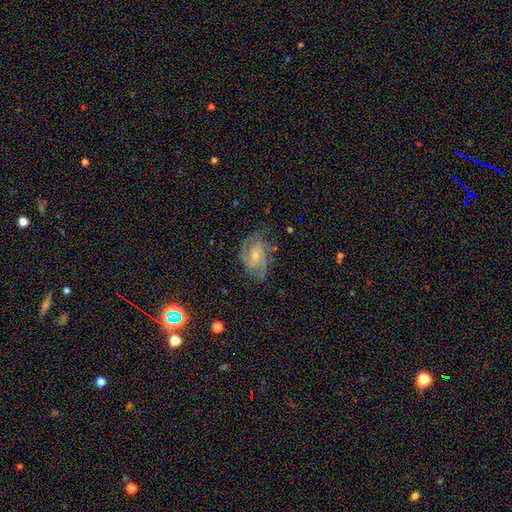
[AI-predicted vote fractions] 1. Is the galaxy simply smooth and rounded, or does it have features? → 82% featured or disk, 11% smooth, 7% star or artifact.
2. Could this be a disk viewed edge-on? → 97% no, 3% yes.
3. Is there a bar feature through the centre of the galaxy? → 52% no, 39% weak, 8% strong.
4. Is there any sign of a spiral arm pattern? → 96% yes, 4% no.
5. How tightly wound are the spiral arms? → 48% medium, 38% tight, 14% loose.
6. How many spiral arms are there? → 37% 2, 30% 3, 16% can't tell, 7% 4, 5% 1, 4% more than 4.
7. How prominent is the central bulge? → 60% small, 31% moderate, 6% none, 2% large, 1% dominant.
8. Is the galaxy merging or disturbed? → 67% none, 21% minor disturbance, 10% major disturbance, 2% merger.